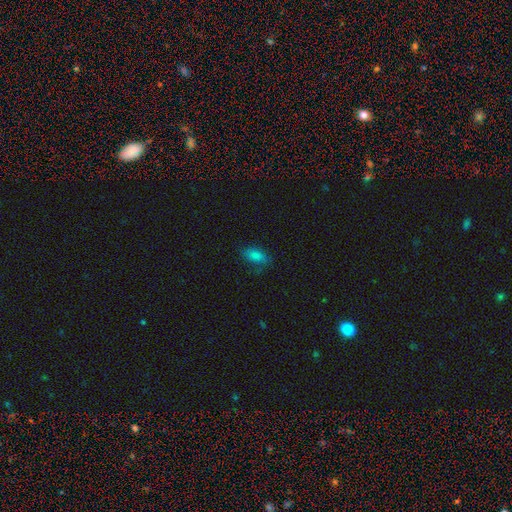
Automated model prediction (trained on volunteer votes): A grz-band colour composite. It shows a smooth galaxy with no disk features (82%) that is in between round and cigar-shaped (87%). Merging: none (76%).